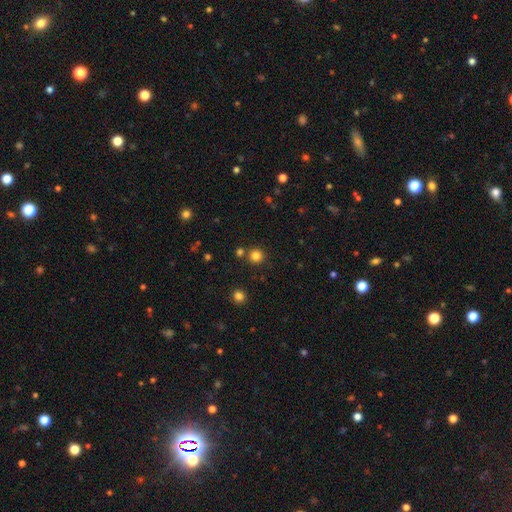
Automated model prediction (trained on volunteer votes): Smooth or featured? Predicted: smooth (p=0.81). How rounded? Predicted: round (p=0.93). Merging? Predicted: none (p=0.82).